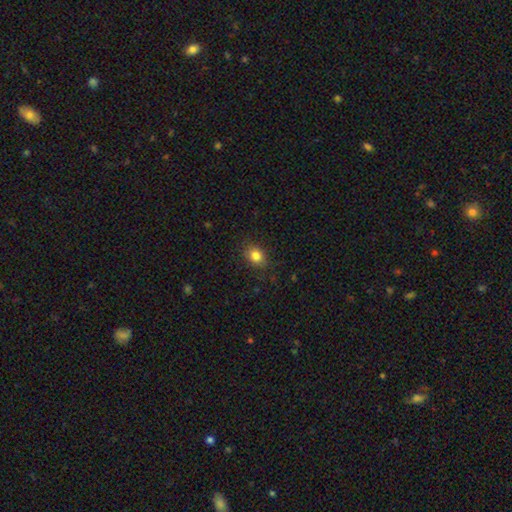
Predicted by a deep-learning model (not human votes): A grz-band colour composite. It shows a smooth galaxy with no disk features (83%) that is in between round and cigar-shaped (61%). Merging: none (85%).